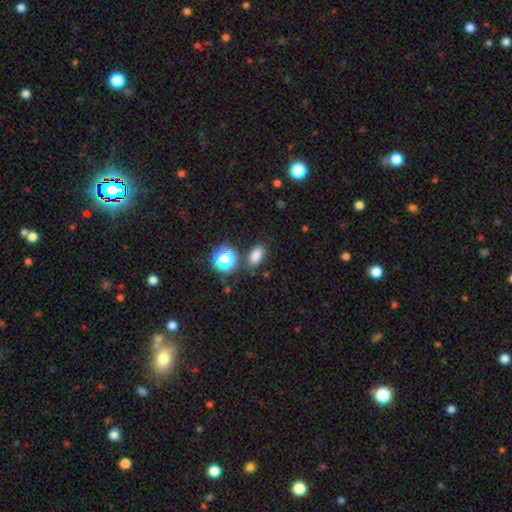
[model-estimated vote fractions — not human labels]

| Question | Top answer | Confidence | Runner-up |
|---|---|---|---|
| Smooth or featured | smooth | 79% | star or artifact (16%) |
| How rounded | in between | 81% | round (15%) |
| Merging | none | 80% | minor disturbance (11%) |